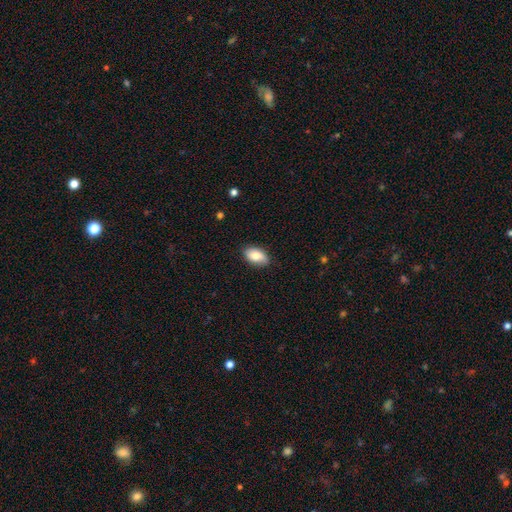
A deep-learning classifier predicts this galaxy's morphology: This is likely a smooth galaxy (78%). How rounded: clearly in between (93%). Merging: likely none (80%).